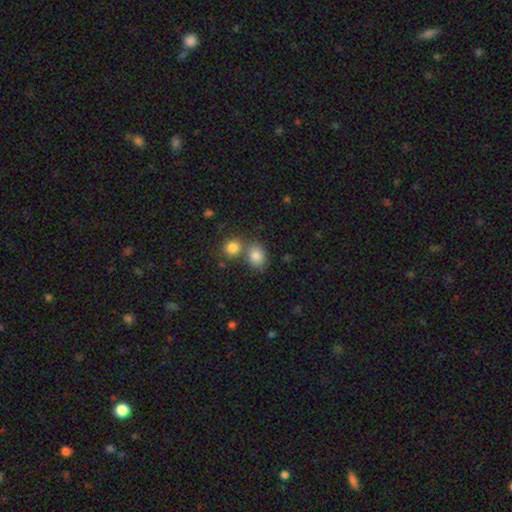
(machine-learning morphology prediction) A smooth galaxy with no disk features (83%) that is in between round and cigar-shaped (52%).

Vote fractions:
- Smooth or featured? smooth: 83% / star or artifact: 10% / featured or disk: 7%
- How rounded? in between: 52% / round: 47% / cigar-shaped: 1%
- Merging? none: 51% / merger: 36% / minor disturbance: 9% / major disturbance: 3%